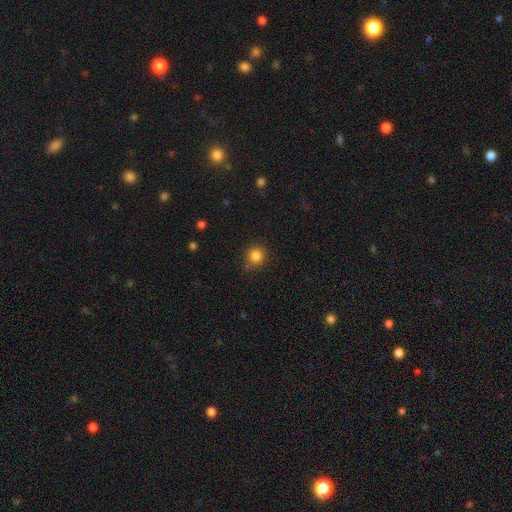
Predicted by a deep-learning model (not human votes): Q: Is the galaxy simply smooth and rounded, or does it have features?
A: smooth — 84%.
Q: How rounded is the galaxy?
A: round — 92%.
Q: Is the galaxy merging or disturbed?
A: none — 82%.